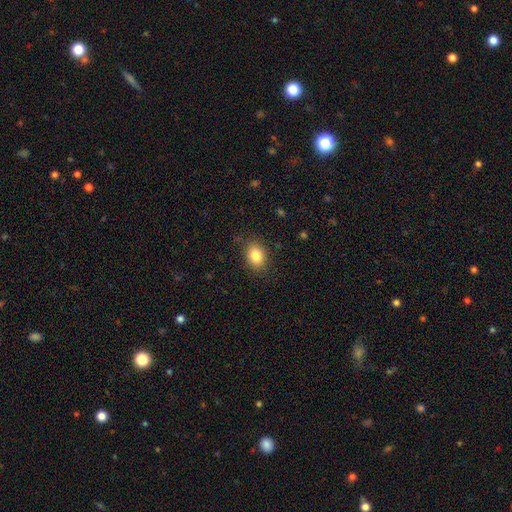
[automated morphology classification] Smooth or featured? Predicted: smooth (p=0.84). How rounded? Predicted: in between (p=0.70). Merging? Predicted: none (p=0.85).